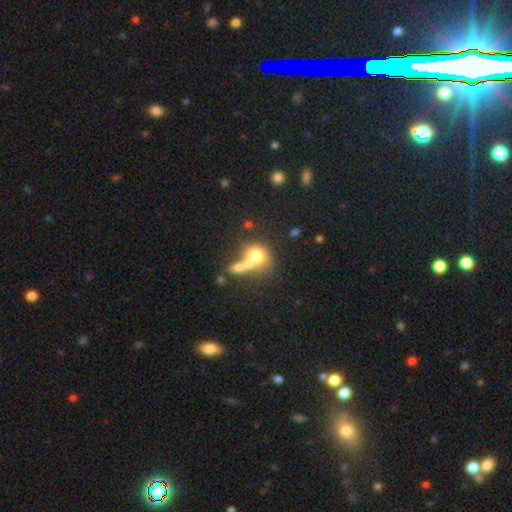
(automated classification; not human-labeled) smooth_or_featured: smooth (p=0.67) [alt: featured or disk p=0.22]
how_rounded: round (p=0.64) [alt: in between p=0.34]
merging: merger (p=0.59) [alt: none p=0.27]